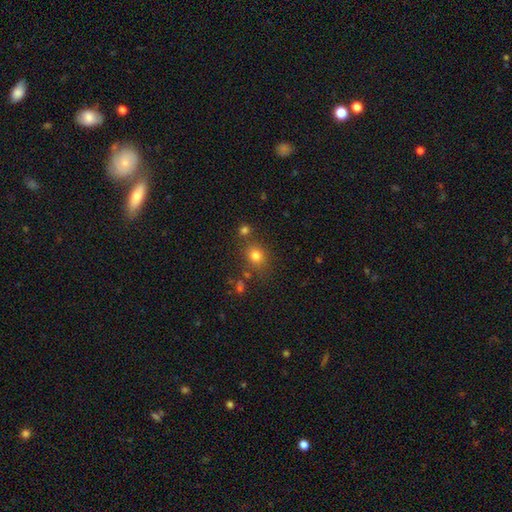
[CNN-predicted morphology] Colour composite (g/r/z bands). It shows a smooth galaxy with no disk features (77%) that is round (68%). Merging: none (72%).